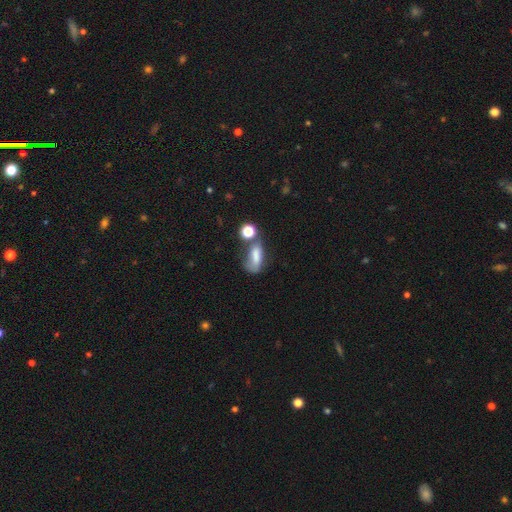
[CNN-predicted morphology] A smooth galaxy with no disk features (67%) that is in between round and cigar-shaped (72%). Merging: none (30%).